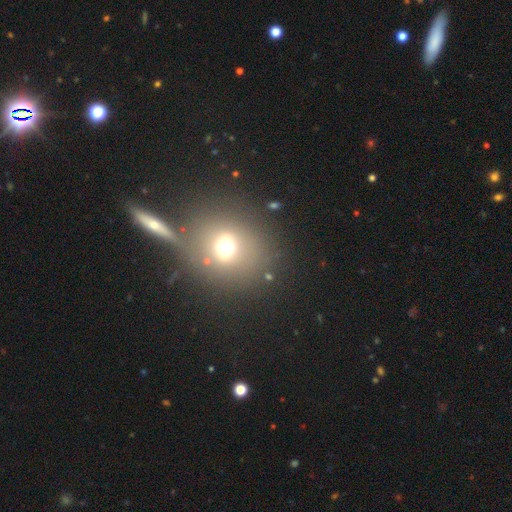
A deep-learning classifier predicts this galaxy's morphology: Smooth or featured?
  - smooth: 56% *
  - star or artifact: 27%
  - featured or disk: 17%
How rounded?
  - round: 85% *
  - in between: 13%
  - cigar-shaped: 2%
Merging?
  - none: 70% *
  - merger: 16%
  - minor disturbance: 9%
  - major disturbance: 5%